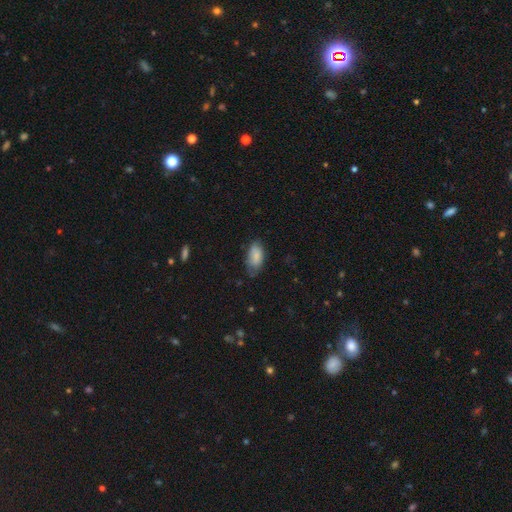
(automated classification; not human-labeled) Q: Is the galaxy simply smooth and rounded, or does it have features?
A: smooth — 83%.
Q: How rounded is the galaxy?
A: in between — 92%.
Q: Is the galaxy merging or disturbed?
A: none — 61%.